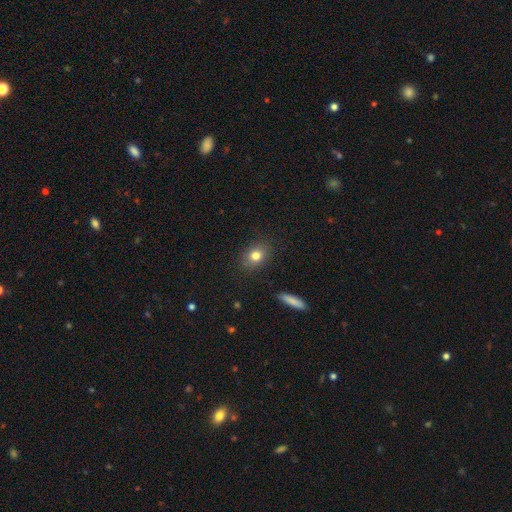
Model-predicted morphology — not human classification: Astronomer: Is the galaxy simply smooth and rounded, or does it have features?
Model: smooth — 80%.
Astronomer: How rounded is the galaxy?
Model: in between — 51% (runner-up: round, 47%).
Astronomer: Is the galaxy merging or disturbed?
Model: none — 86%.